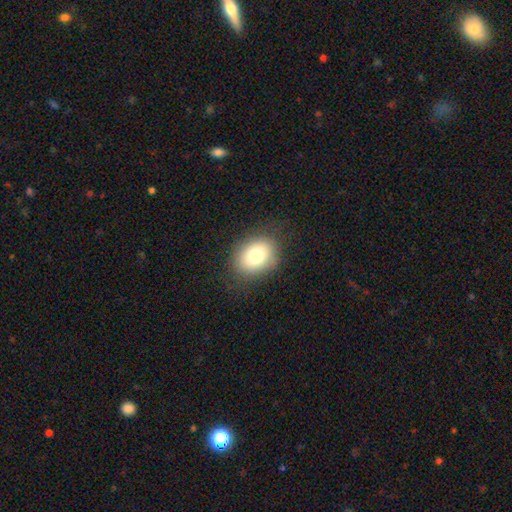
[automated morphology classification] The model was most divided on "how rounded": in between: 58%, round: 41%, cigar-shaped: 1%. More confident: merging — none (82%); smooth or featured — smooth (76%).